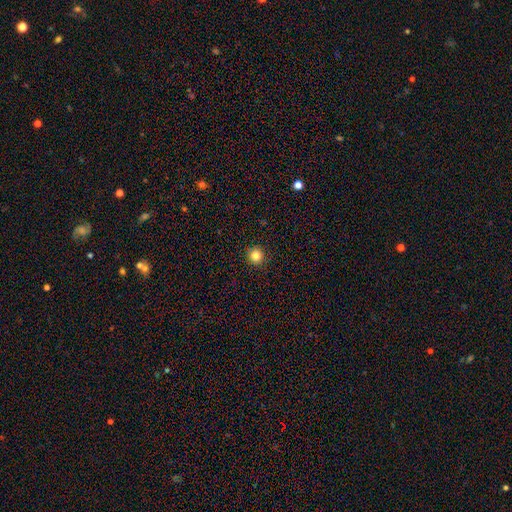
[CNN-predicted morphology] Smooth or featured? Predicted: smooth (p=0.84). How rounded? Predicted: round (p=0.94). Merging? Predicted: none (p=0.93).